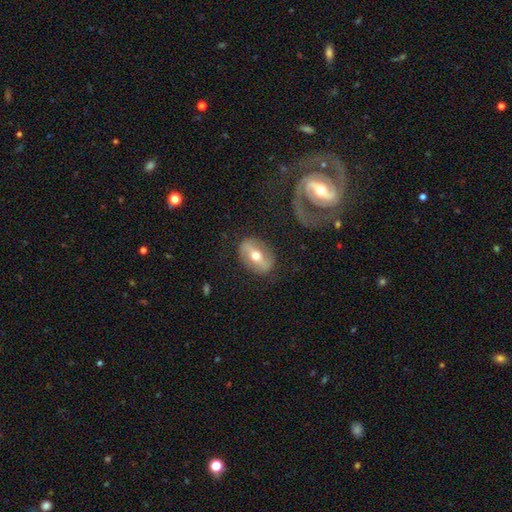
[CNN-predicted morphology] smooth-or-featured: featured or disk: 66% | smooth: 28% | star or artifact: 6%
  disk-edge-on: no: 84% | yes: 16%
    bar: strong: 66% | weak: 21% | no: 13%
    has-spiral-arms: no: 53% | yes: 47%
    bulge-size: moderate: 75% | small: 17% | large: 6% | dominant: 1% | none: 1%
  merging: none: 80% | minor disturbance: 11% | major disturbance: 6% | merger: 2%